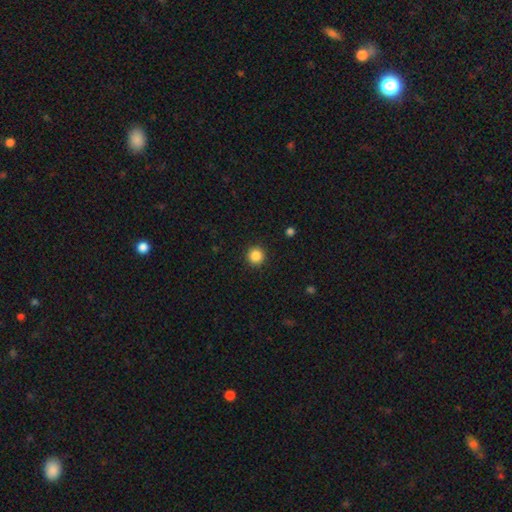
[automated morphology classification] Smooth or featured?
  - smooth: 86% *
  - star or artifact: 11%
  - featured or disk: 3%
How rounded?
  - round: 96% *
  - in between: 3%
  - cigar-shaped: 1%
Merging?
  - none: 93% *
  - minor disturbance: 4%
  - major disturbance: 2%
  - merger: 1%